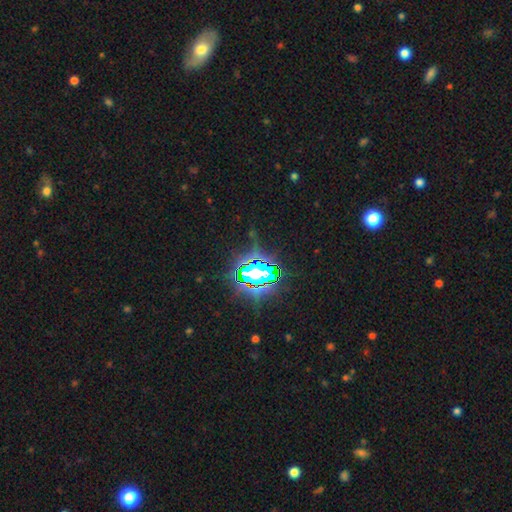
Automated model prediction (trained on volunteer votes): Smooth or featured: star or artifact — 81% (smooth — 11%)